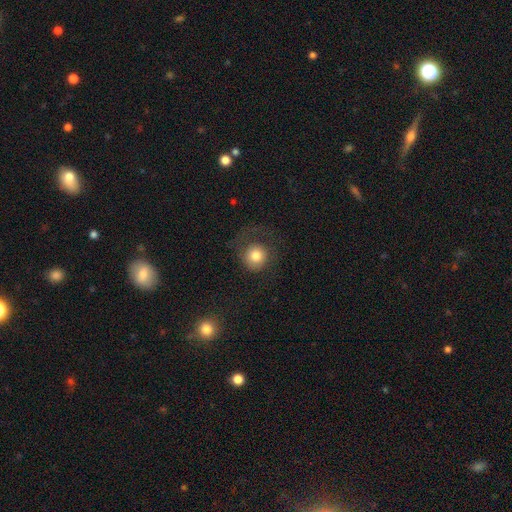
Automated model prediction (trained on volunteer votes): A smooth galaxy with no disk features (75%) that is round (91%). Merging: none (58%).